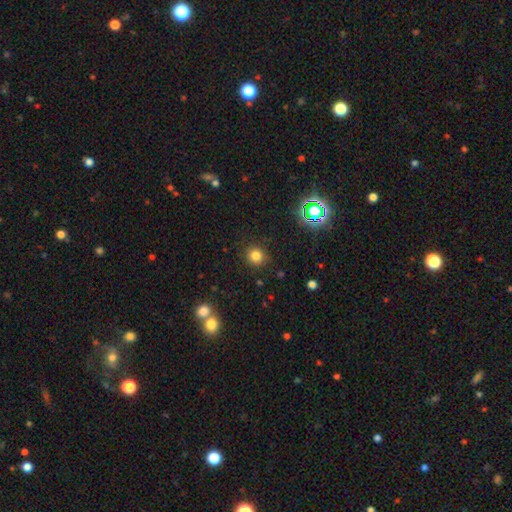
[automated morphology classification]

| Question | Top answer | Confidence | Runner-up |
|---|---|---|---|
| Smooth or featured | smooth | 79% | star or artifact (16%) |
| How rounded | round | 90% | in between (9%) |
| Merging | none | 88% | minor disturbance (8%) |